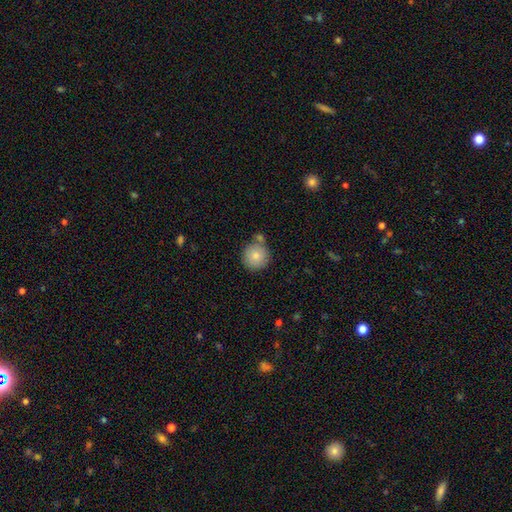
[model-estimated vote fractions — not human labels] smooth 83%, featured or disk 9%, star or artifact 8%. Down the decision tree: how rounded — round (93%); merging — none (69%).